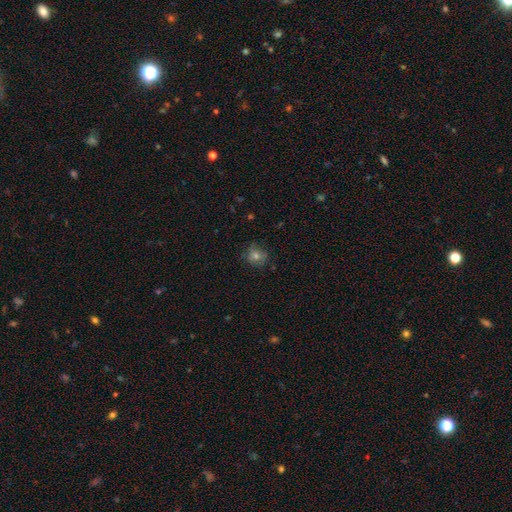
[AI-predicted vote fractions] This appears to be a smooth galaxy with no disk features (59%) that is round (81%). Merging: none (77%).